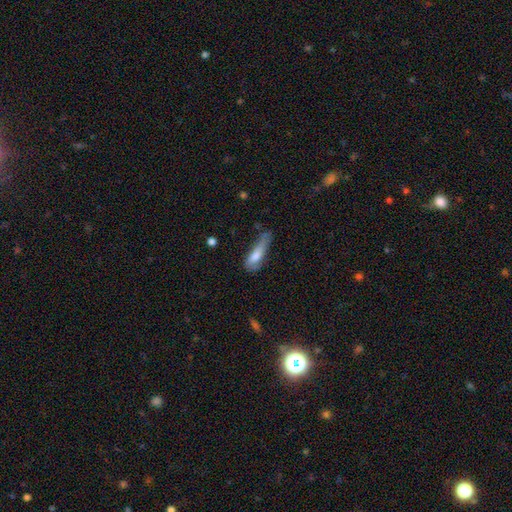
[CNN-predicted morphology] This is likely a smooth galaxy (68%). How rounded: possibly cigar-shaped (59%). Merging: marginally minor disturbance (38%).